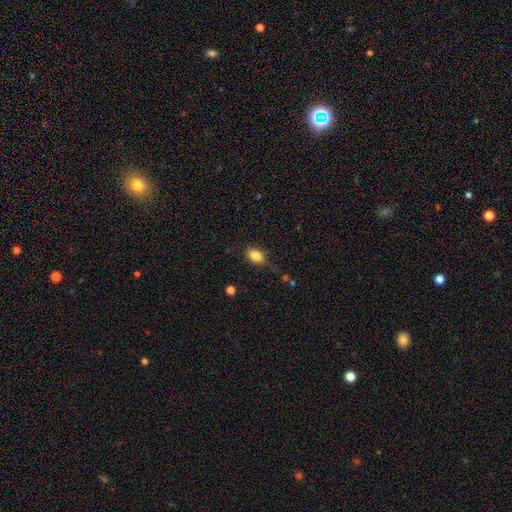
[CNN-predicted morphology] Smooth or featured? Predicted: smooth (p=0.84). How rounded? Predicted: in between (p=0.80). Merging? Predicted: none (p=0.68).